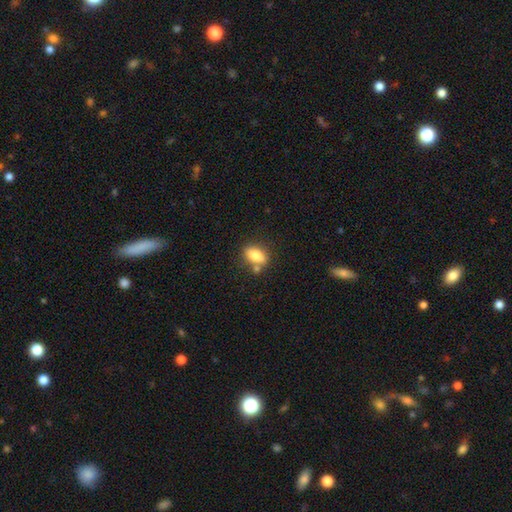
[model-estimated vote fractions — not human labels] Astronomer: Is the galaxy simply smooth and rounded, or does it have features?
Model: smooth — 80%.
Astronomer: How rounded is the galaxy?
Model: in between — 81%.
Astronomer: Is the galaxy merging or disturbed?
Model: none — 66%.